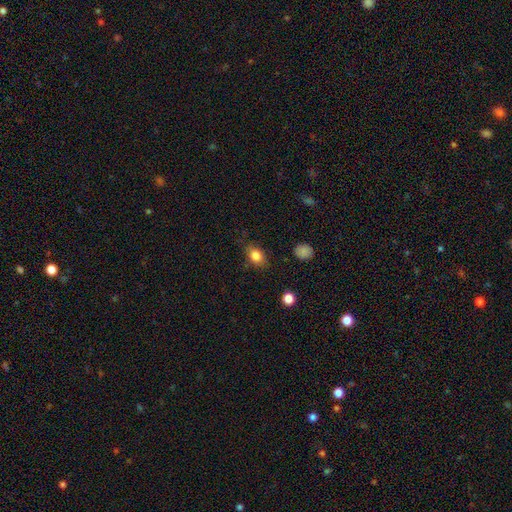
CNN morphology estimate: Smooth or featured? Predicted: smooth (p=0.83). How rounded? Predicted: in between (p=0.71). Merging? Predicted: none (p=0.78).